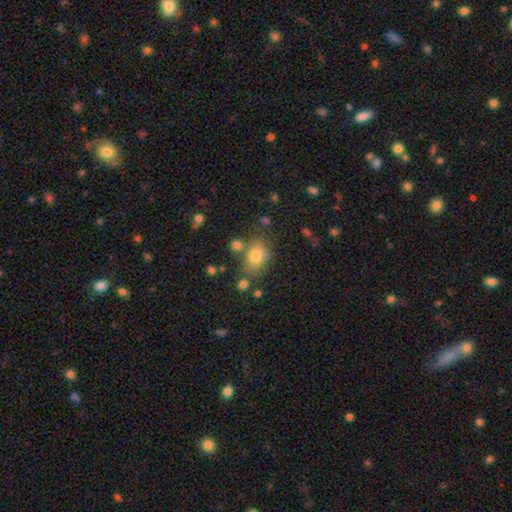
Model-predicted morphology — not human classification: This is likely a smooth galaxy (78%). How rounded: likely in between (68%). Merging: likely none (66%).